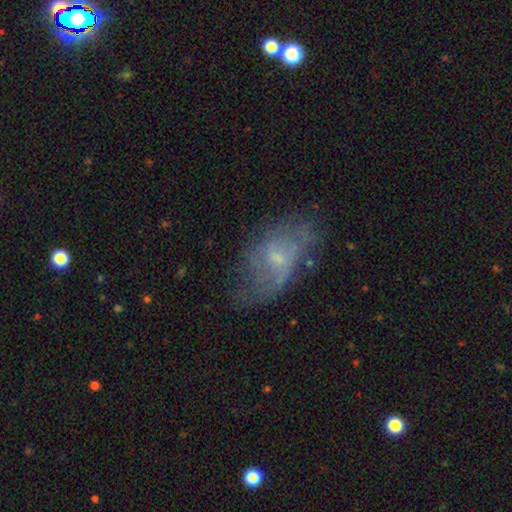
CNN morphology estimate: Smooth or featured? Predicted: featured or disk (p=0.55). Edge-on disk? Predicted: no (p=0.93). Bar? Predicted: no (p=0.68). Spiral arms? Predicted: yes (p=0.64). Bulge size? Predicted: small (p=0.64). Merging? Predicted: none (p=0.57).